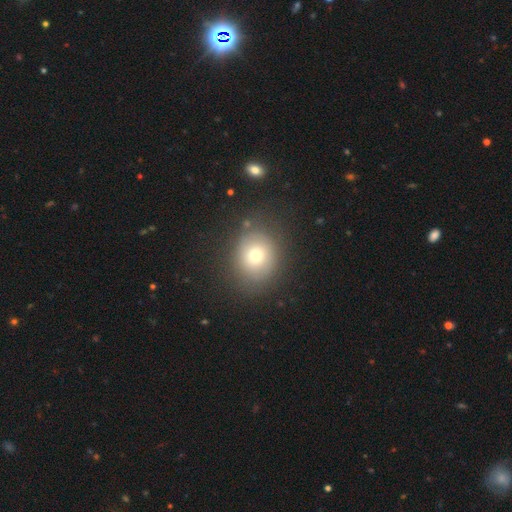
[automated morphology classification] Q: Smooth or featured?
A: smooth (68%); runner-up: featured or disk (19%)
Q: How rounded?
A: round (69%); runner-up: in between (31%)
Q: Merging?
A: none (78%); runner-up: minor disturbance (14%)